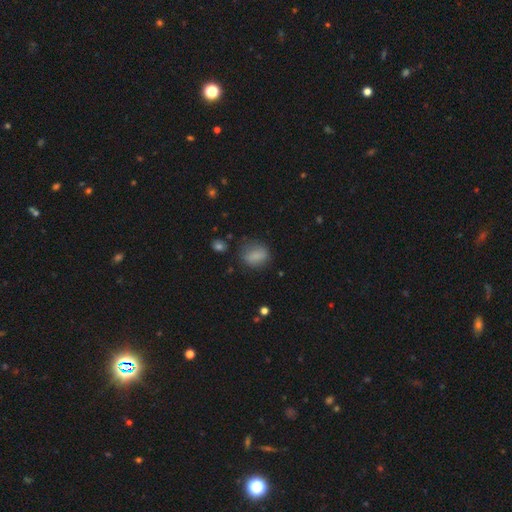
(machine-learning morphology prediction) This appears to be a smooth galaxy with no disk features (82%) that is in between round and cigar-shaped (63%). Merging: none (68%).